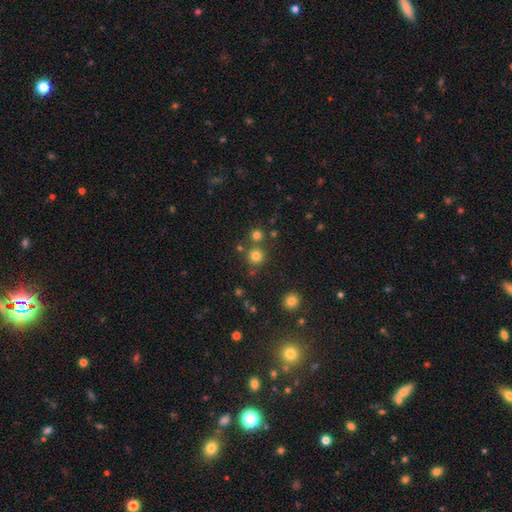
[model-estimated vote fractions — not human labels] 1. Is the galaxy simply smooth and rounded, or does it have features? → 77% smooth, 17% star or artifact, 6% featured or disk.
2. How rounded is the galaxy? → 94% round, 5% in between, 1% cigar-shaped.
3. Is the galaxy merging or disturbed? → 78% none, 12% merger, 7% minor disturbance, 3% major disturbance.